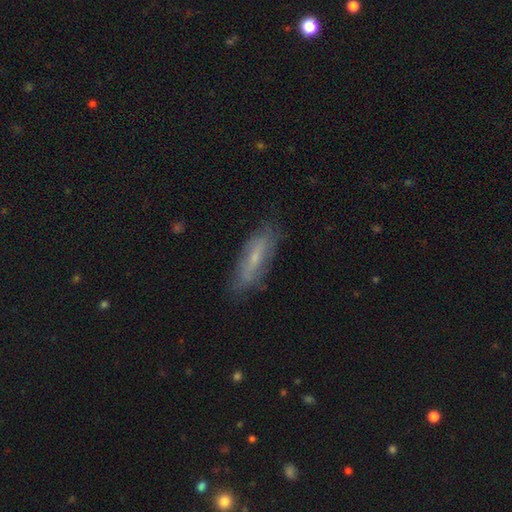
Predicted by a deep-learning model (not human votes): Overall: featured or disk (47%; smooth 46%). Merging: none (74%).